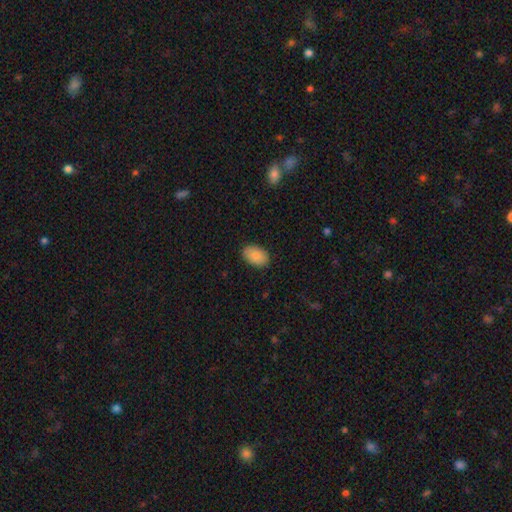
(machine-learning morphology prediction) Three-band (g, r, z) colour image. It shows a smooth galaxy with no disk features (88%) that is in between round and cigar-shaped (89%). Merging: none (88%).